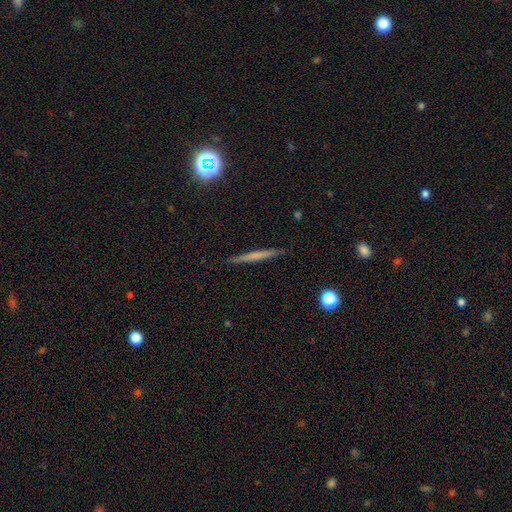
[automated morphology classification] Overall: smooth (48%; featured or disk 43%). Merging: none (90%).